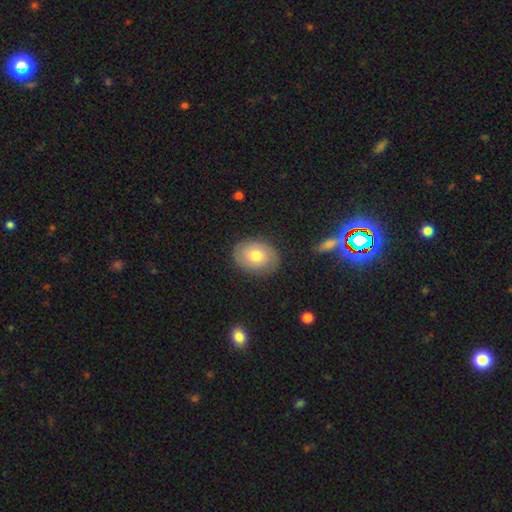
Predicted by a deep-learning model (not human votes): Smooth or featured? Predicted: smooth (p=0.51). How rounded? Predicted: in between (p=0.63). Merging? Predicted: none (p=0.84).